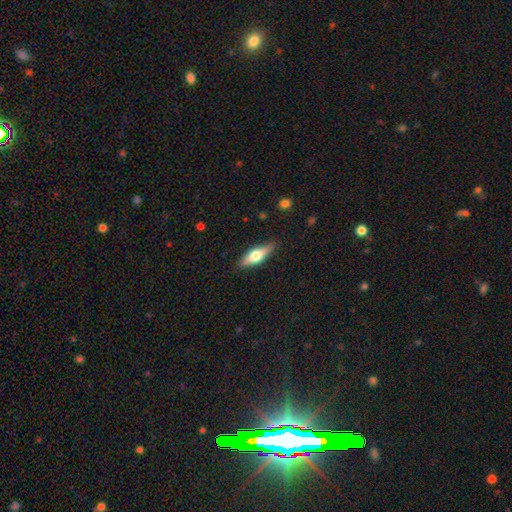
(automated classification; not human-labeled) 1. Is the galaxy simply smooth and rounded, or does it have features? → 48% smooth, 46% featured or disk, 6% star or artifact.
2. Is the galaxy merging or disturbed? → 86% none, 10% minor disturbance, 2% major disturbance, 1% merger.